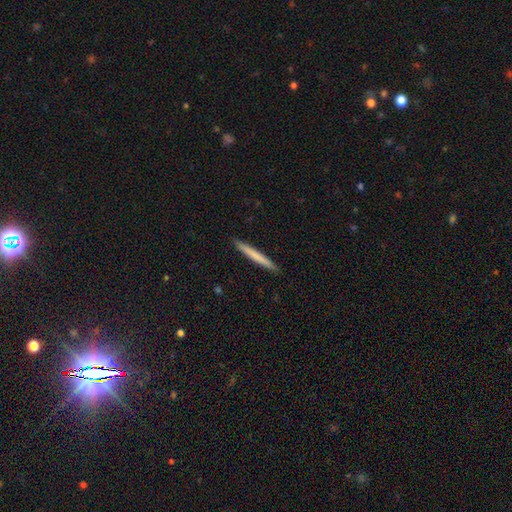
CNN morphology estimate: Q: Smooth or featured?
A: smooth (69%); runner-up: featured or disk (27%)
Q: How rounded?
A: cigar-shaped (97%); runner-up: in between (2%)
Q: Merging?
A: none (93%); runner-up: minor disturbance (5%)